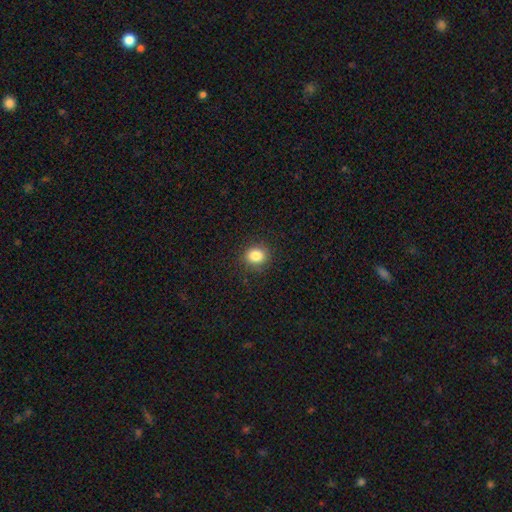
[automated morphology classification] Smooth or featured: smooth — 85% (star or artifact — 10%)
How rounded: round — 72% (in between — 27%)
Merging: none — 88% (minor disturbance — 8%)